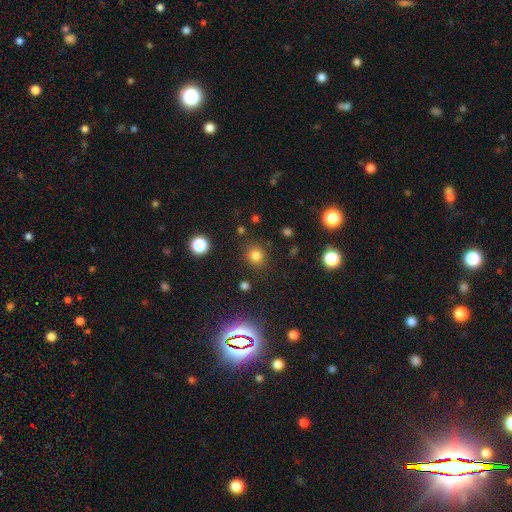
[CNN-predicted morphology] A smooth galaxy with no disk features (78%) that is round (87%). Merging: none (86%).